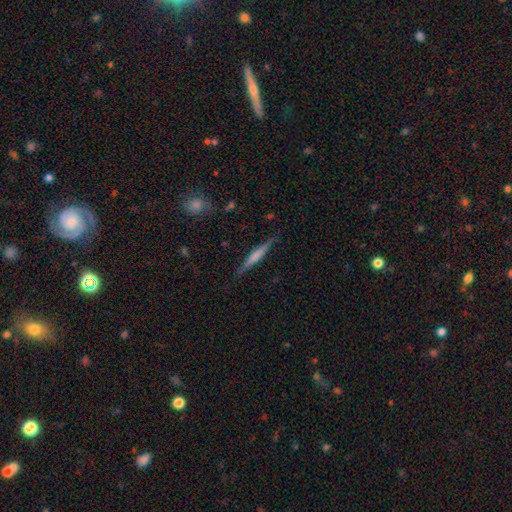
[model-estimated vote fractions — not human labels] The model was most divided on "smooth or featured": featured or disk: 48%, smooth: 46%, star or artifact: 6%. More confident: merging — none (87%).